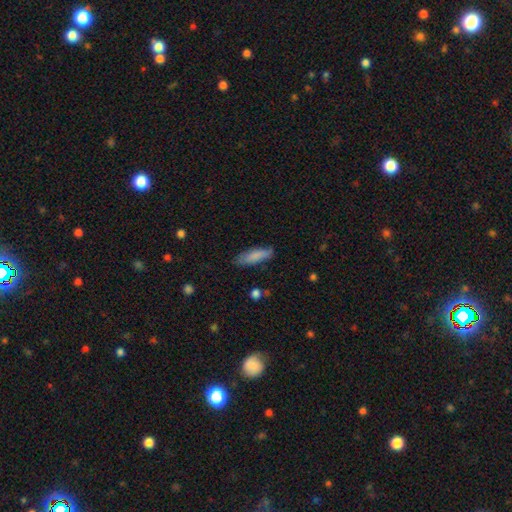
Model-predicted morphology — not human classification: This appears to be a smooth galaxy with no disk features (83%) that is cigar-shaped (53%). Merging: none (76%).